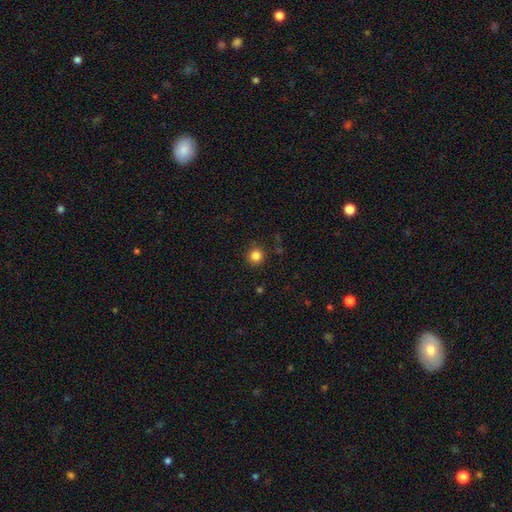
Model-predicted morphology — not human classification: Smooth or featured: smooth — 84% (star or artifact — 12%)
How rounded: round — 94% (in between — 5%)
Merging: none — 89% (minor disturbance — 7%)